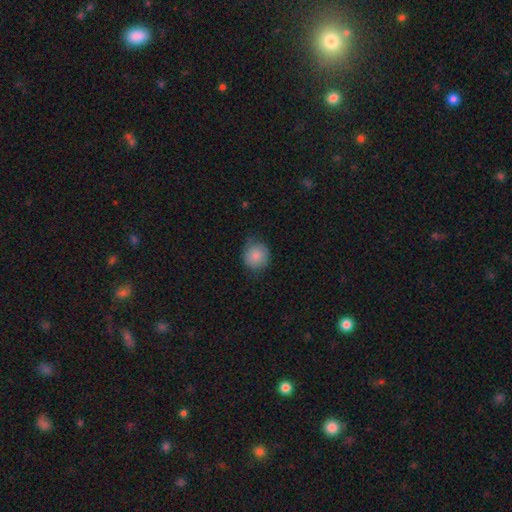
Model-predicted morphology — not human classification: Smooth or featured? smooth (84%)
How rounded? round (82%)
Merging? none (67%)